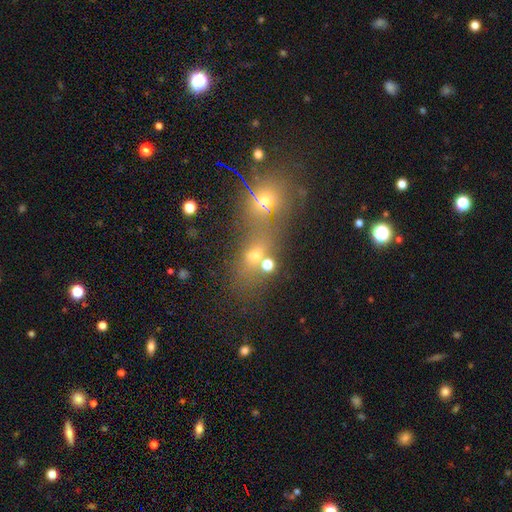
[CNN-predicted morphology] This is possibly a smooth galaxy (53%). How rounded: possibly round (49%). Merging: possibly merger (55%).